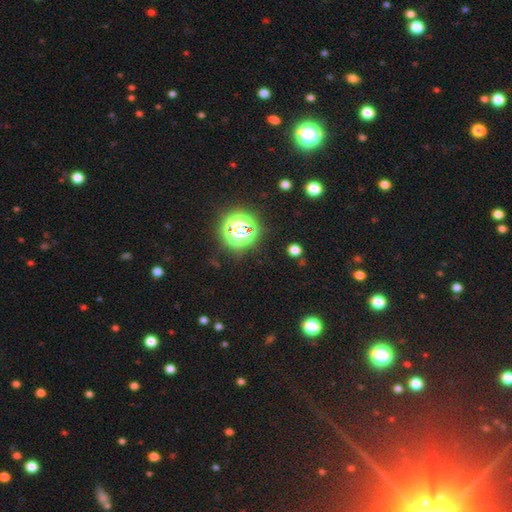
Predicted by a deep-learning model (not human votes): The model was most divided on "smooth or featured": star or artifact: 76%, smooth: 15%, featured or disk: 8%.